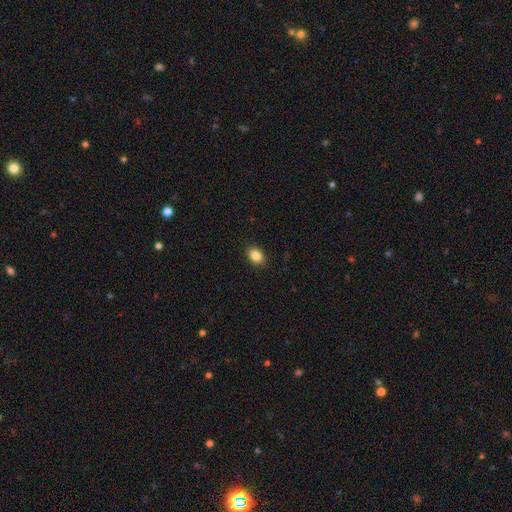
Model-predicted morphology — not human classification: Smooth or featured? smooth (86%)
How rounded? in between (73%)
Merging? none (89%)